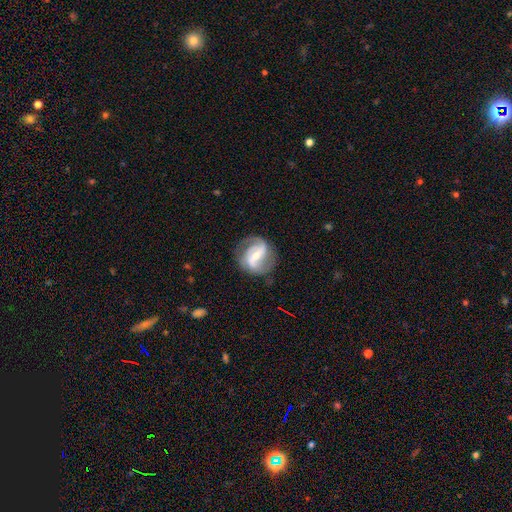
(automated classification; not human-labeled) Smooth or featured? Predicted: featured or disk (p=0.85). Edge-on disk? Predicted: no (p=0.97). Bar? Predicted: strong (p=0.42). Spiral arms? Predicted: yes (p=0.94). Spiral winding? Predicted: medium (p=0.47). Spiral arm count? Predicted: 2 (p=0.84). Bulge size? Predicted: moderate (p=0.53). Merging? Predicted: none (p=0.75).